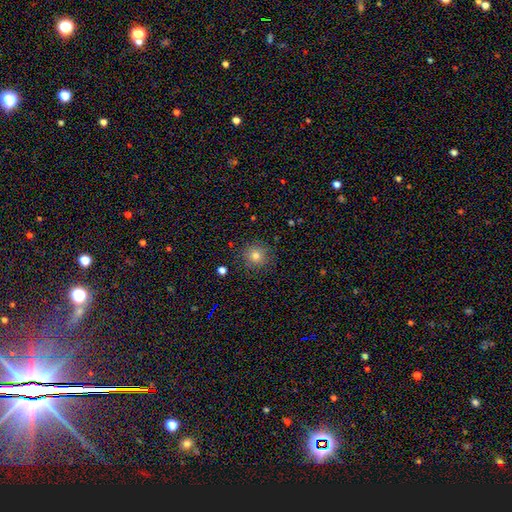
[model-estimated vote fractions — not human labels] Smooth or featured?
  - smooth: 78% *
  - star or artifact: 14%
  - featured or disk: 8%
How rounded?
  - round: 93% *
  - in between: 6%
  - cigar-shaped: 1%
Merging?
  - none: 87% *
  - minor disturbance: 9%
  - major disturbance: 3%
  - merger: 1%